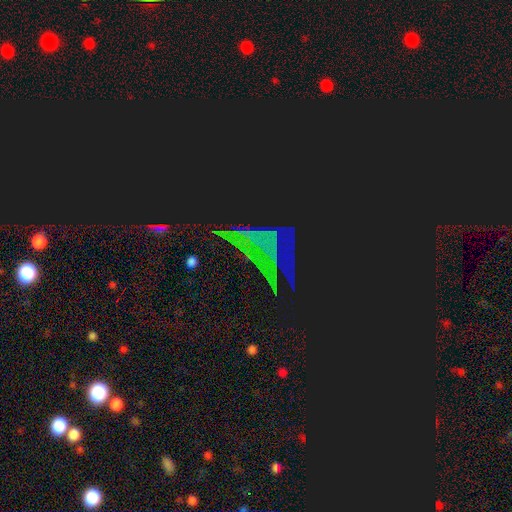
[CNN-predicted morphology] This appears to be a star or artifact, not a galaxy (67%).